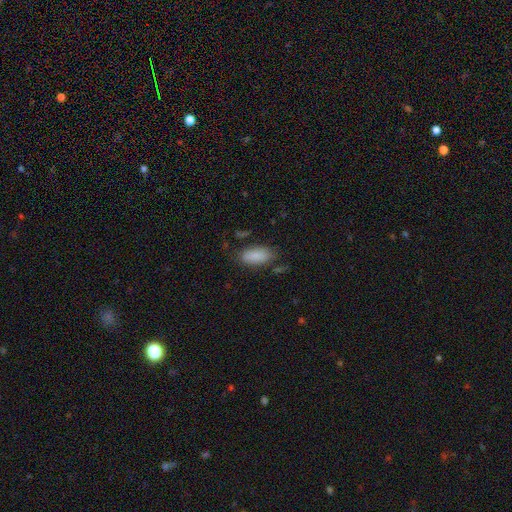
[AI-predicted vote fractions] smooth_or_featured: smooth (p=0.86) [alt: featured or disk p=0.07]
how_rounded: in between (p=0.90) [alt: cigar-shaped p=0.07]
merging: none (p=0.72) [alt: minor disturbance p=0.18]